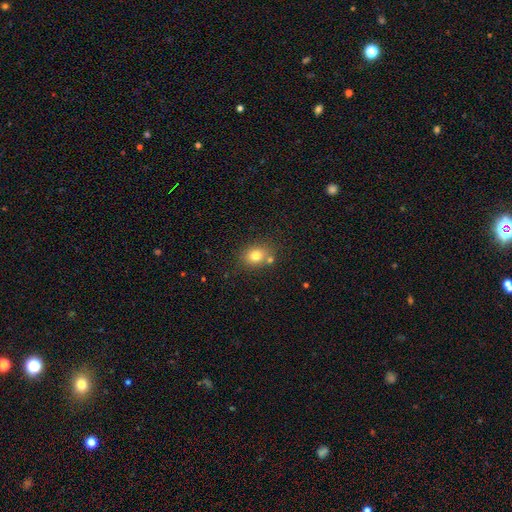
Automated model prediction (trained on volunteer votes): The model was most divided on "how rounded": in between: 50%, round: 49%, cigar-shaped: 1%. More confident: smooth or featured — smooth (79%); merging — none (68%).